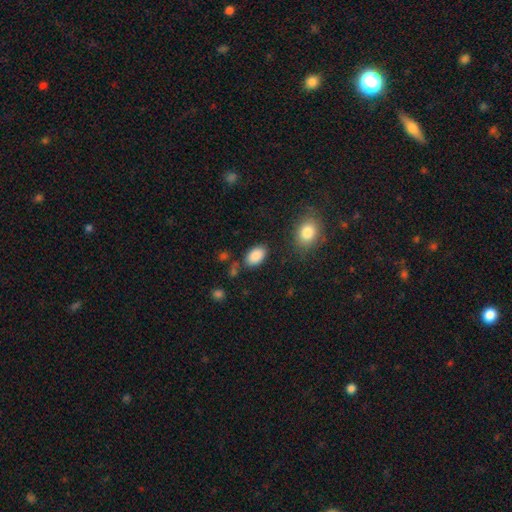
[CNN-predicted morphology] smooth 88%, star or artifact 7%, featured or disk 5%. Down the decision tree: how rounded — in between (92%); merging — none (81%).